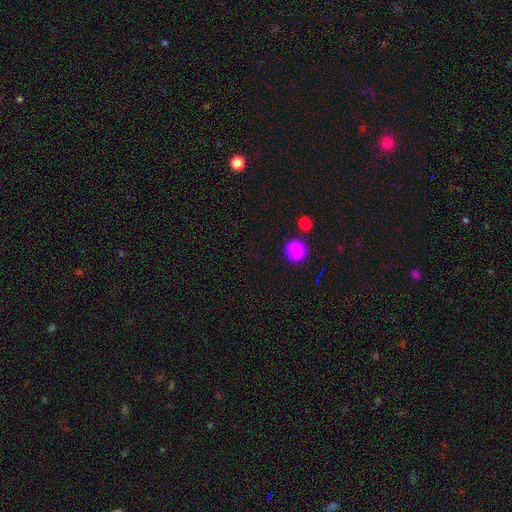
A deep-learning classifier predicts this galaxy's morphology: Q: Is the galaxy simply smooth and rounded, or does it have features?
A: smooth — 57%.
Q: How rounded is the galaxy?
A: round — 90%.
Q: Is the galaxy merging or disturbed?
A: none — 84%.